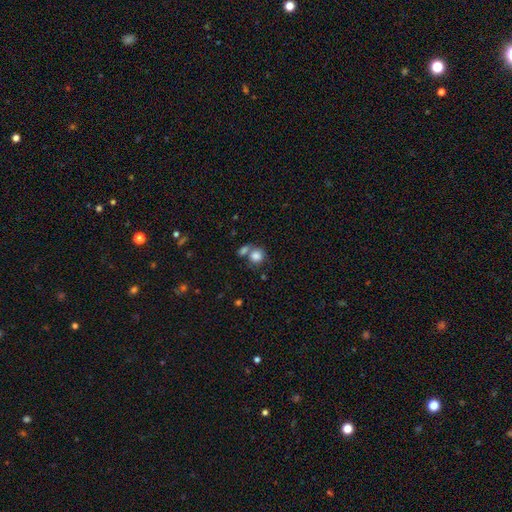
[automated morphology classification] Q: Smooth or featured?
A: smooth (82%); runner-up: star or artifact (10%)
Q: How rounded?
A: round (78%); runner-up: in between (21%)
Q: Merging?
A: none (45%); runner-up: merger (39%)